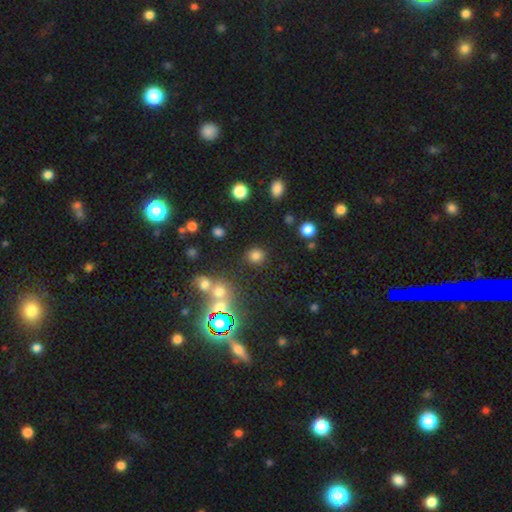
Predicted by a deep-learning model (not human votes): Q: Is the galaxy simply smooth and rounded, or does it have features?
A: smooth — 76%.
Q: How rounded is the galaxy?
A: round — 83%.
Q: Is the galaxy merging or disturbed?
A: none — 83%.